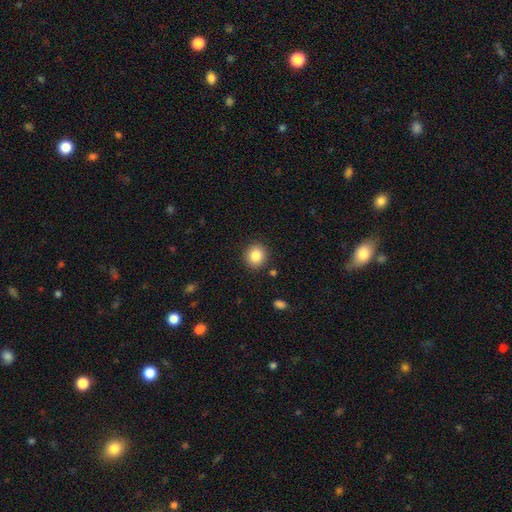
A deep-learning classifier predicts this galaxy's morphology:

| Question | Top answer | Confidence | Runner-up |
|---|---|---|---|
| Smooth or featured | smooth | 85% | star or artifact (9%) |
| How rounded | round | 87% | in between (12%) |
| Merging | none | 89% | minor disturbance (7%) |